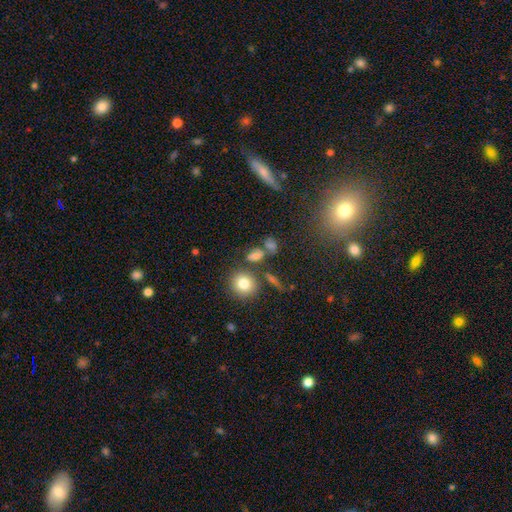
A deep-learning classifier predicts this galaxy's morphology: This appears to be a smooth galaxy with no disk features (69%) that is in between round and cigar-shaped (57%). Merging: none (54%).